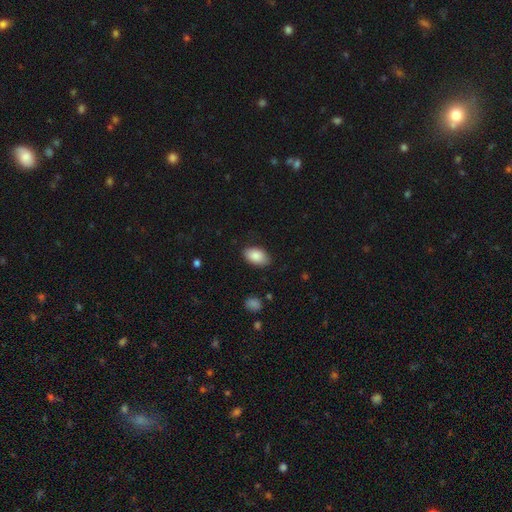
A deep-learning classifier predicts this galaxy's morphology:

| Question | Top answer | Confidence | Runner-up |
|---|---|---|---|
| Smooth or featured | smooth | 87% | star or artifact (7%) |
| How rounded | in between | 93% | round (6%) |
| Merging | none | 85% | minor disturbance (12%) |